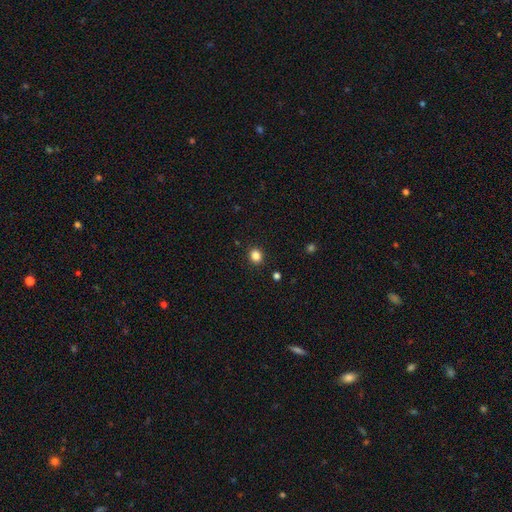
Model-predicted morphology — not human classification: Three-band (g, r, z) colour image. It shows a smooth galaxy with no disk features (84%) that is round (75%). Merging: none (90%).